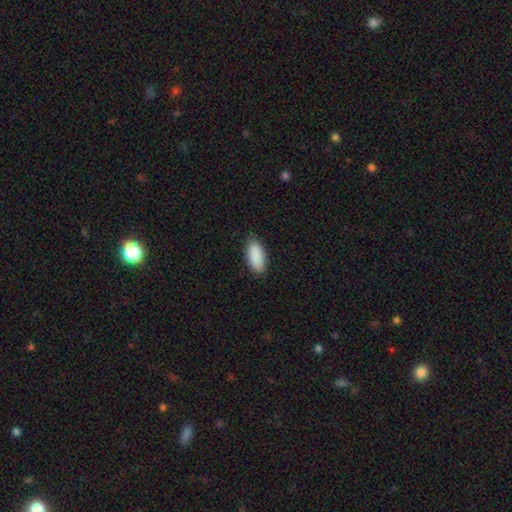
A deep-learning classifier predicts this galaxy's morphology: Smooth or featured: smooth — 91% (star or artifact — 6%)
How rounded: in between — 87% (cigar-shaped — 11%)
Merging: none — 85% (minor disturbance — 12%)